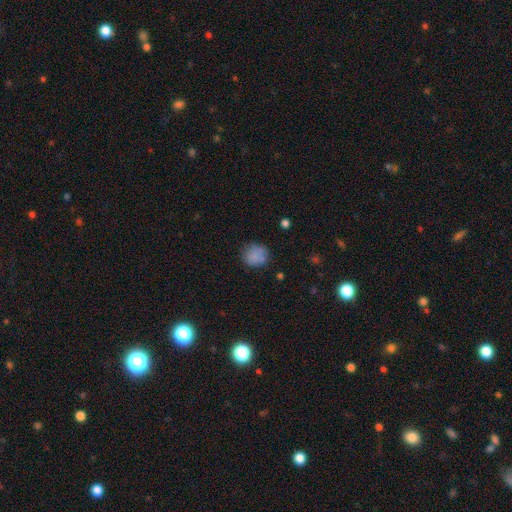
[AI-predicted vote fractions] A smooth galaxy with no disk features (80%) that is round (83%).

Vote fractions:
- Smooth or featured? smooth: 80% / star or artifact: 10% / featured or disk: 10%
- How rounded? round: 83% / in between: 16% / cigar-shaped: 1%
- Merging? none: 72% / minor disturbance: 19% / major disturbance: 6% / merger: 3%